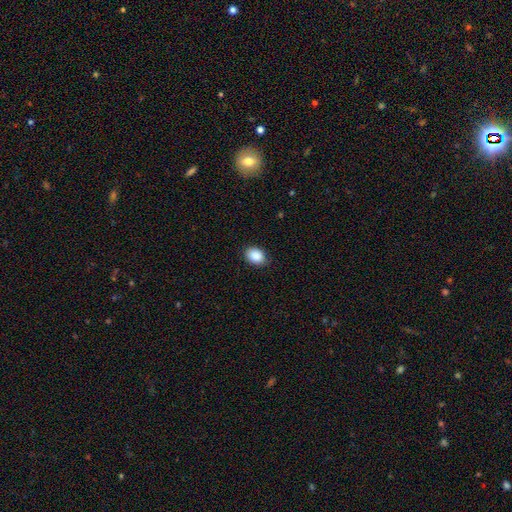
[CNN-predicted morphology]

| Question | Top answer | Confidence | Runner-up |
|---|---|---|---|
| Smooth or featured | smooth | 90% | star or artifact (8%) |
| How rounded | in between | 74% | round (25%) |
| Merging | none | 86% | minor disturbance (11%) |